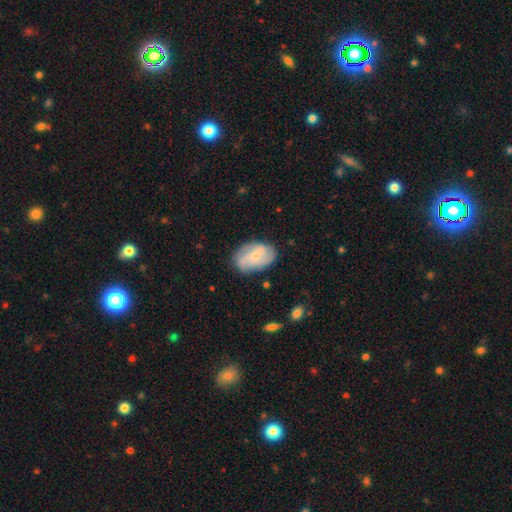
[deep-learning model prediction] Smooth or featured?
  - featured or disk: 70% *
  - smooth: 23%
  - star or artifact: 6%
Edge-on disk?
  - no: 97% *
  - yes: 3%
Bar?
  - no: 62% *
  - weak: 32%
  - strong: 7%
Spiral arms?
  - yes: 92% *
  - no: 8%
Spiral winding?
  - medium: 42% *
  - tight: 39%
  - loose: 18%
Spiral arm count?
  - 3: 32% *
  - 2: 25%
  - can't tell: 23%
  - 4: 10%
  - 1: 5%
  - more than 4: 5%
Bulge size?
  - small: 74% *
  - moderate: 20%
  - none: 4%
  - large: 1%
  - dominant: 1%
Merging?
  - none: 74% *
  - minor disturbance: 19%
  - major disturbance: 6%
  - merger: 2%